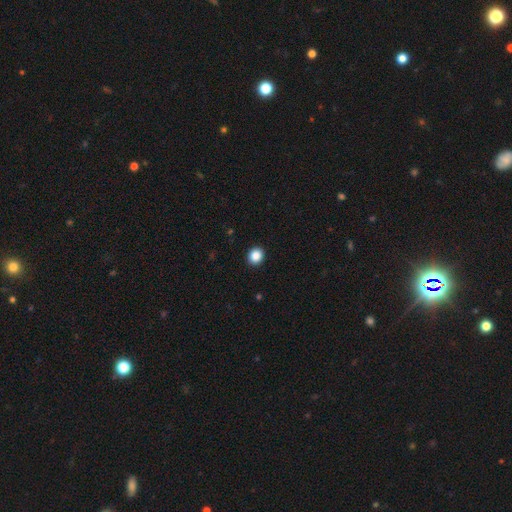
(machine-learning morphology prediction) This is clearly a smooth galaxy (88%). How rounded: clearly round (83%). Merging: clearly none (93%).